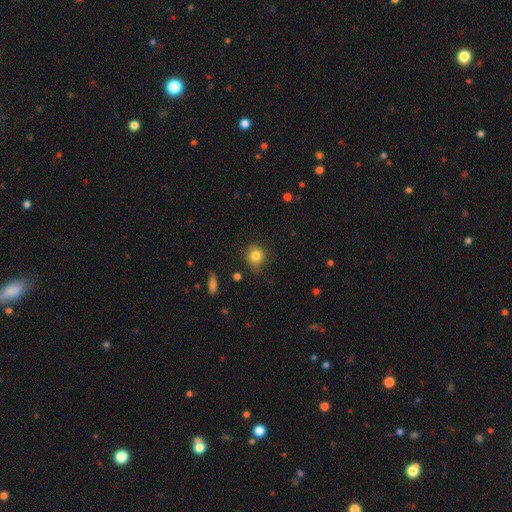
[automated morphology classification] A smooth galaxy with no disk features (82%) that is round (79%).

Vote fractions:
- Smooth or featured? smooth: 82% / star or artifact: 11% / featured or disk: 7%
- How rounded? round: 79% / in between: 20% / cigar-shaped: 1%
- Merging? none: 73% / minor disturbance: 21% / major disturbance: 4% / merger: 2%